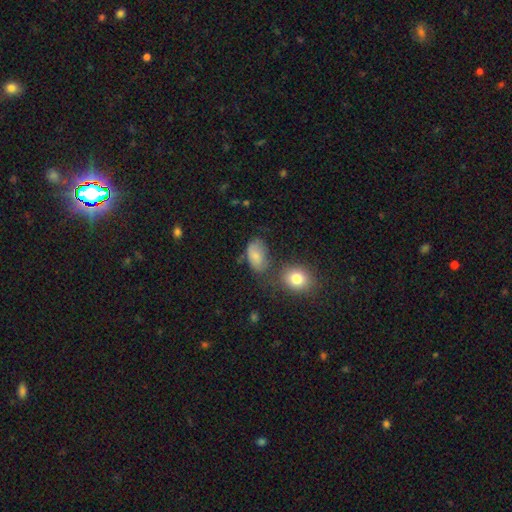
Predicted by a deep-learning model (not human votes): Smooth or featured: smooth — 76% (featured or disk — 14%)
How rounded: in between — 87% (round — 11%)
Merging: none — 49% (minor disturbance — 27%)